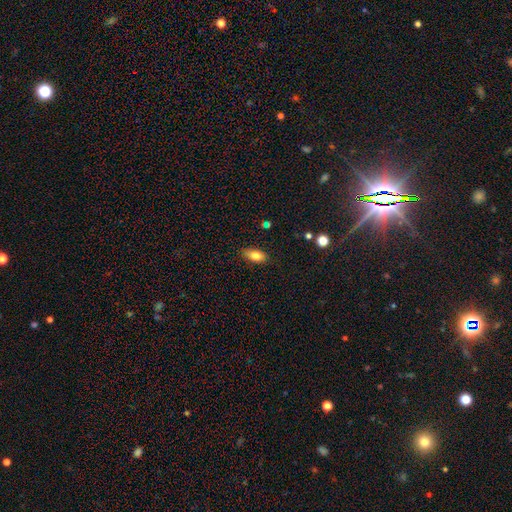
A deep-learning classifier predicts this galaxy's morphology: type=smooth (81%); roundness=in between (86%); merging=none (82%).